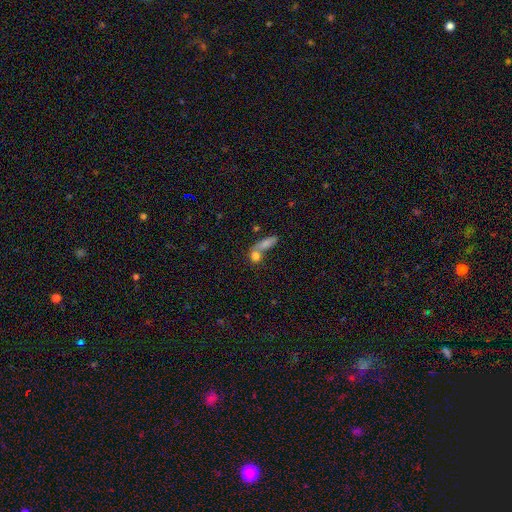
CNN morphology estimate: Q: Smooth or featured?
A: smooth (76%); runner-up: featured or disk (13%)
Q: How rounded?
A: round (46%); runner-up: in between (40%)
Q: Merging?
A: merger (50%); runner-up: none (36%)